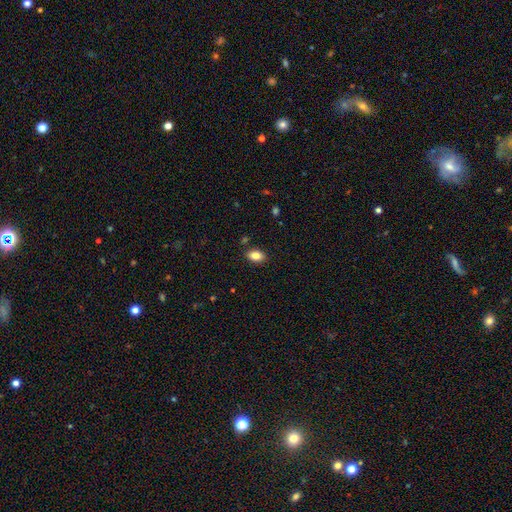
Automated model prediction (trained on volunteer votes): A smooth galaxy with no disk features (83%) that is in between round and cigar-shaped (88%). Merging: none (87%).